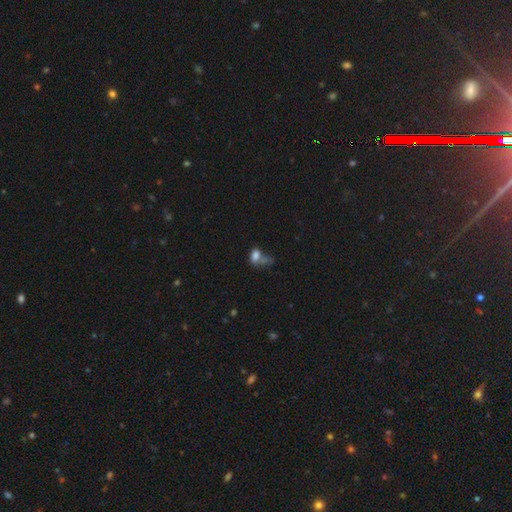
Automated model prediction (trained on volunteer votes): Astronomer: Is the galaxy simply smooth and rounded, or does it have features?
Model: smooth — 70%.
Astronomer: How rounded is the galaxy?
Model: in between — 77%.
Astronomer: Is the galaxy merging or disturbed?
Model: merger — 38% (runner-up: none, 24%).